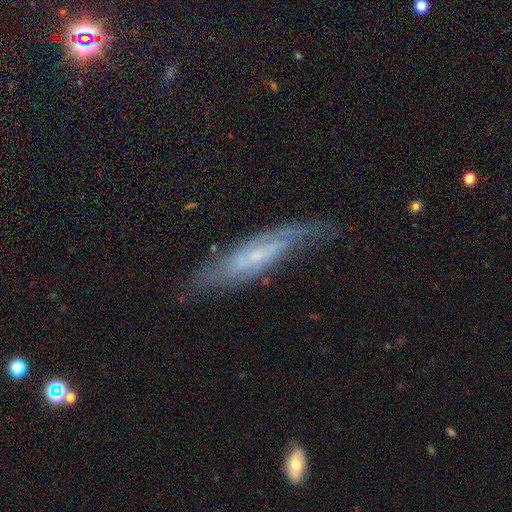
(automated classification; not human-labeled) This is likely a featured or disk galaxy (73%). It is possibly not viewed edge-on (58%). Merging: likely none (67%).